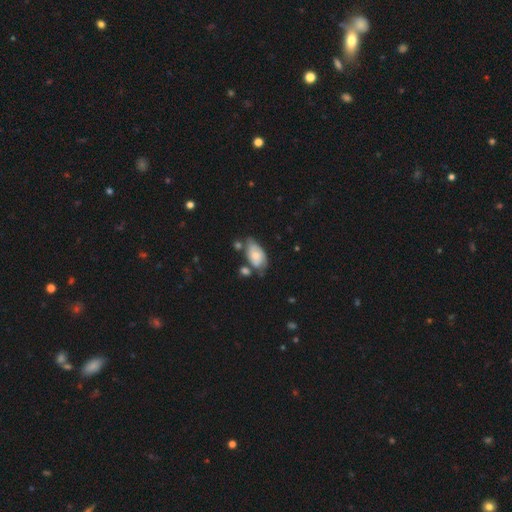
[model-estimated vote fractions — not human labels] Smooth or featured?
  - smooth: 46% * (tied)
  - featured or disk: 46% * (tied)
  - star or artifact: 7%
Merging?
  - none: 45% *
  - minor disturbance: 28%
  - merger: 16%
  - major disturbance: 11%